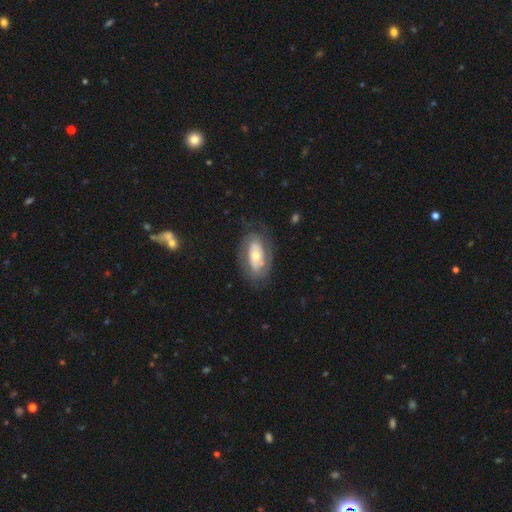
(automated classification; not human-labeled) The model was most divided on "bulge size": moderate: 53%, small: 36%, large: 8%, dominant: 2%, none: 1%. More confident: edge-on disk — no (93%); spiral arms — yes (74%); merging — none (73%); smooth or featured — featured or disk (70%); bar — no (65%).